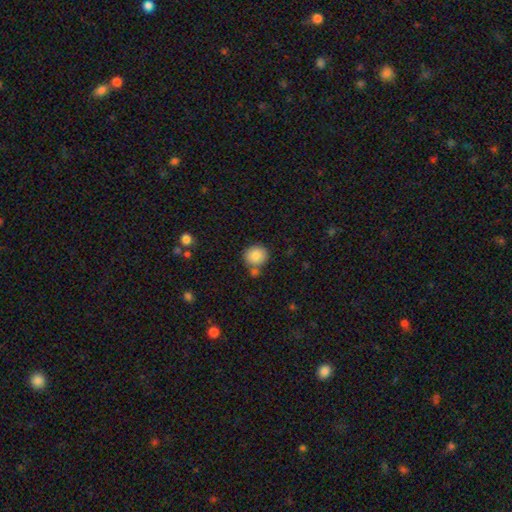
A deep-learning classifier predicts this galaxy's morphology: type=smooth (85%); roundness=round (83%); merging=none (69%).